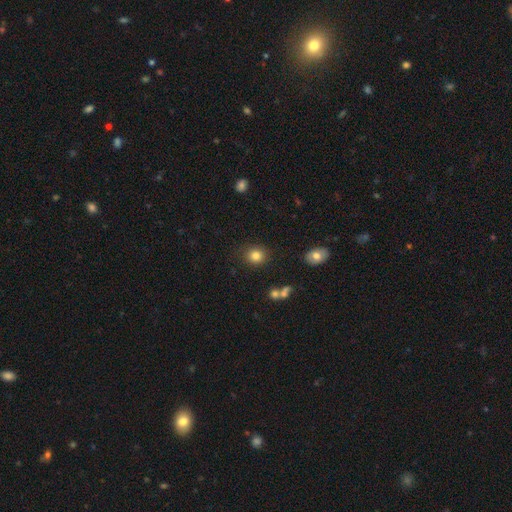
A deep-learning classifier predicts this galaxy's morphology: smooth-or-featured: smooth: 82% | star or artifact: 11% | featured or disk: 7%
  how-rounded: round: 77% | in between: 22% | cigar-shaped: 1%
  merging: none: 84% | minor disturbance: 10% | major disturbance: 3% | merger: 3%